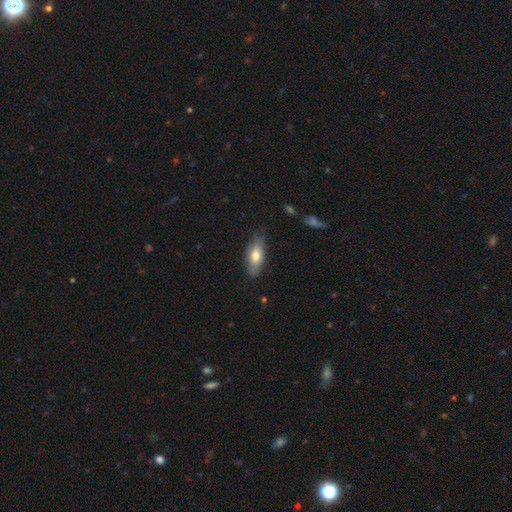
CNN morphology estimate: Smooth or featured: smooth — 73% (featured or disk — 20%)
How rounded: in between — 81% (cigar-shaped — 16%)
Merging: none — 77% (minor disturbance — 18%)